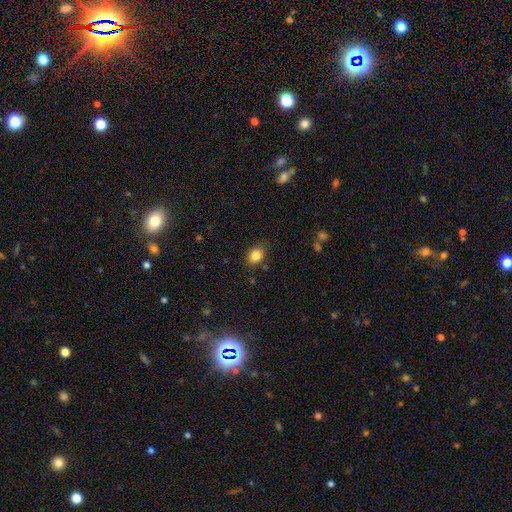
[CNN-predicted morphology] A smooth galaxy with no disk features (84%) that is in between round and cigar-shaped (55%). Merging: none (82%).